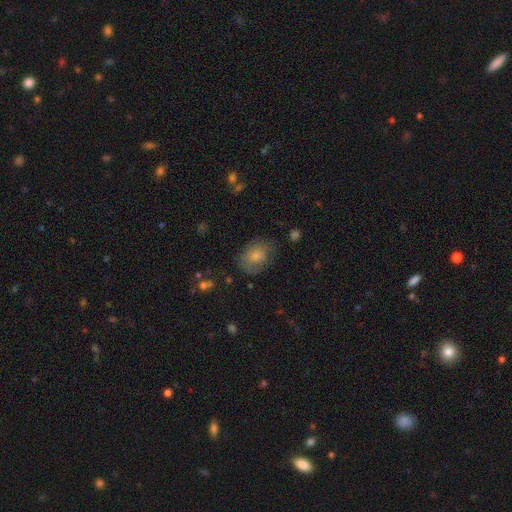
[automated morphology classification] smooth 73%, featured or disk 18%, star or artifact 9%. Down the decision tree: how rounded — in between (67%); merging — none (61%).